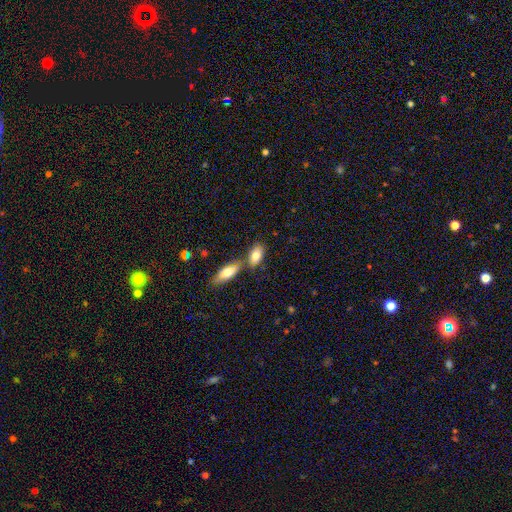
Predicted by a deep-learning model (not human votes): A smooth galaxy with no disk features (81%) that is in between round and cigar-shaped (90%).

Vote fractions:
- Smooth or featured? smooth: 81% / featured or disk: 12% / star or artifact: 7%
- How rounded? in between: 90% / round: 5% / cigar-shaped: 5%
- Merging? none: 53% / merger: 32% / minor disturbance: 12% / major disturbance: 3%